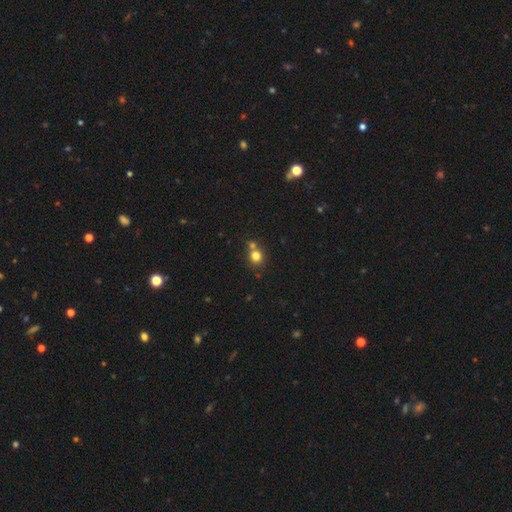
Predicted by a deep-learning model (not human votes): Smooth or featured? smooth (79%)
How rounded? round (83%)
Merging? none (57%)